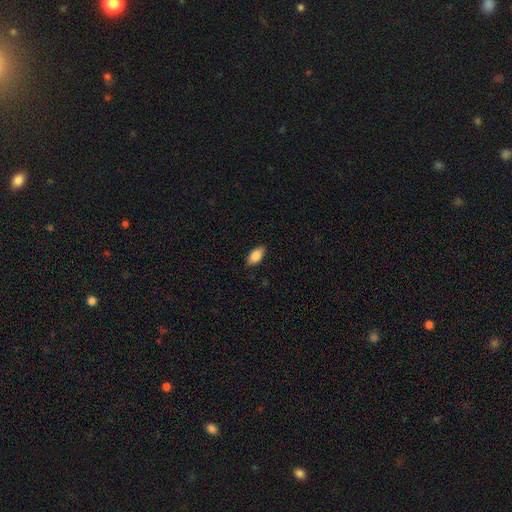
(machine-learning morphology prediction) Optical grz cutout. It shows a smooth galaxy with no disk features (83%) that is in between round and cigar-shaped (90%). Merging: none (86%).